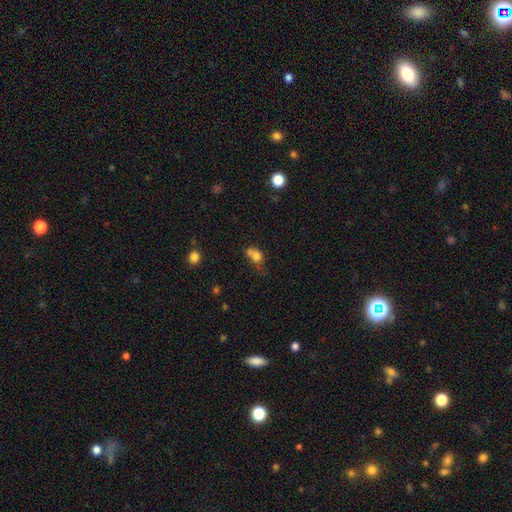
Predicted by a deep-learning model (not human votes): The model was most divided on "merging": merger: 46%, none: 30%, minor disturbance: 15%, major disturbance: 9%. More confident: smooth or featured — smooth (73%); how rounded — round (58%).